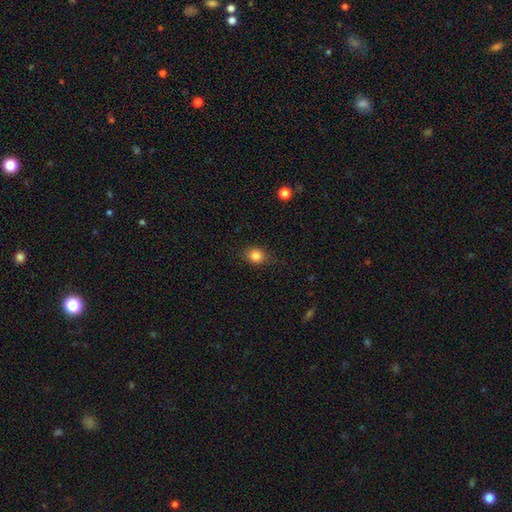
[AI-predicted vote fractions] The model was most divided on "how rounded": round: 66%, in between: 33%, cigar-shaped: 1%. More confident: smooth or featured — smooth (84%); merging — none (76%).